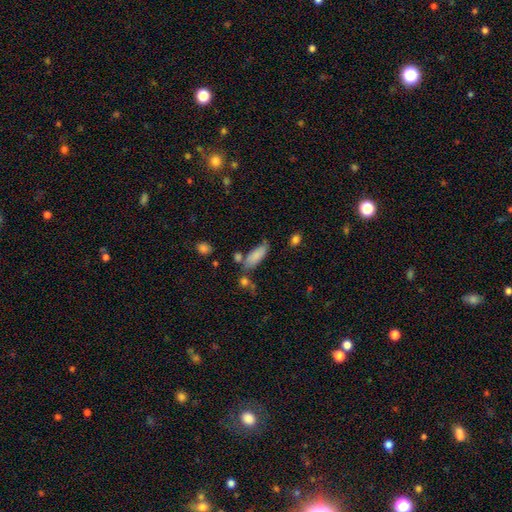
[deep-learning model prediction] Smooth or featured?
  - smooth: 83% *
  - featured or disk: 10%
  - star or artifact: 8%
How rounded?
  - in between: 69% *
  - cigar-shaped: 29%
  - round: 2%
Merging?
  - none: 57% *
  - minor disturbance: 22%
  - merger: 13%
  - major disturbance: 8%